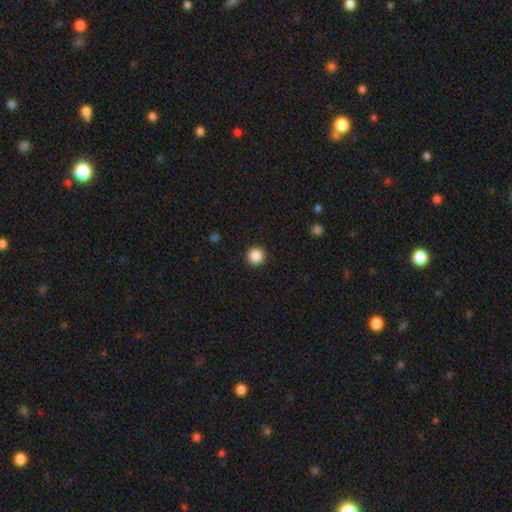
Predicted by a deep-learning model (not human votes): Smooth or featured? Predicted: smooth (p=0.87). How rounded? Predicted: round (p=0.96). Merging? Predicted: none (p=0.93).